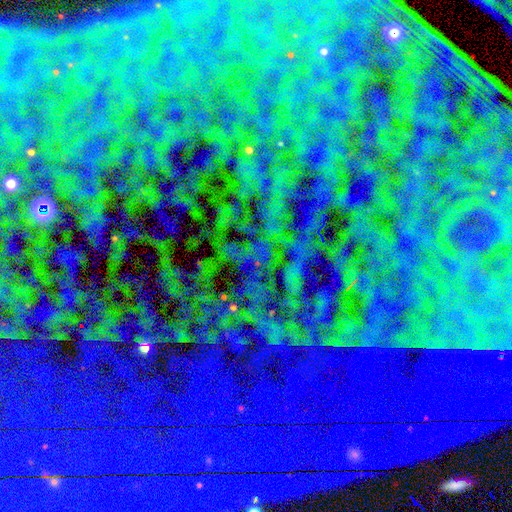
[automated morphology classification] type=star or artifact (86%).